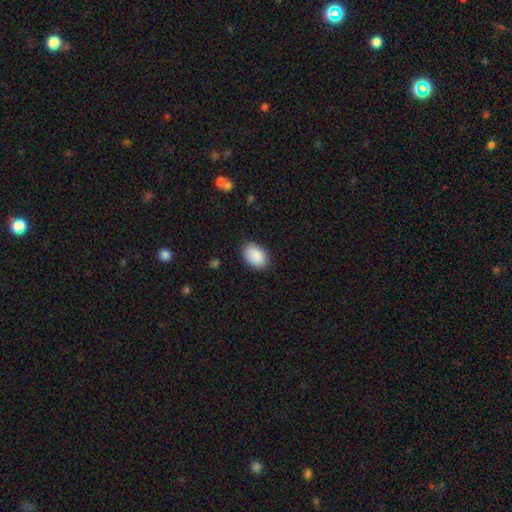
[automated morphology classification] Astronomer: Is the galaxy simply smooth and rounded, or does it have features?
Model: smooth — 90%.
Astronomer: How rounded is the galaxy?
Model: in between — 89%.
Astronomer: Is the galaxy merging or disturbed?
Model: none — 86%.